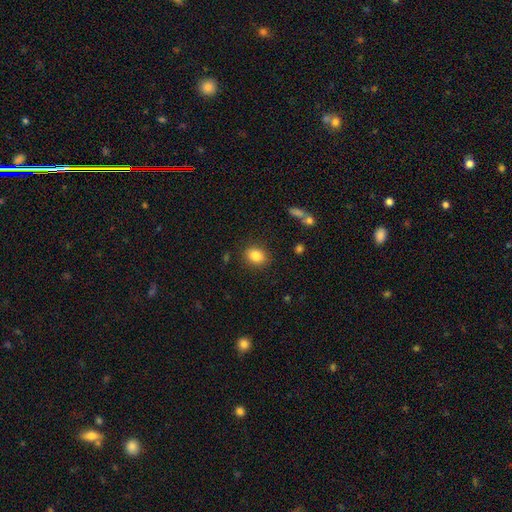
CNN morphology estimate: smooth_or_featured: smooth (p=0.85) [alt: star or artifact p=0.09]
how_rounded: in between (p=0.50) [alt: round p=0.49]
merging: none (p=0.88) [alt: minor disturbance p=0.08]